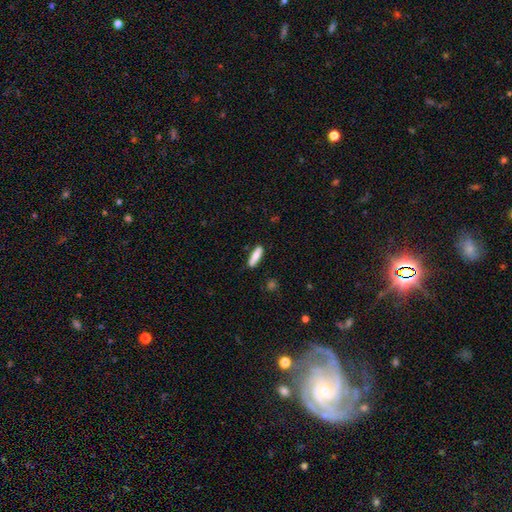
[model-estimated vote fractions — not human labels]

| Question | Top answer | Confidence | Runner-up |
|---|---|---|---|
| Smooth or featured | smooth | 79% | featured or disk (15%) |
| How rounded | cigar-shaped | 64% | in between (34%) |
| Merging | none | 83% | minor disturbance (12%) |